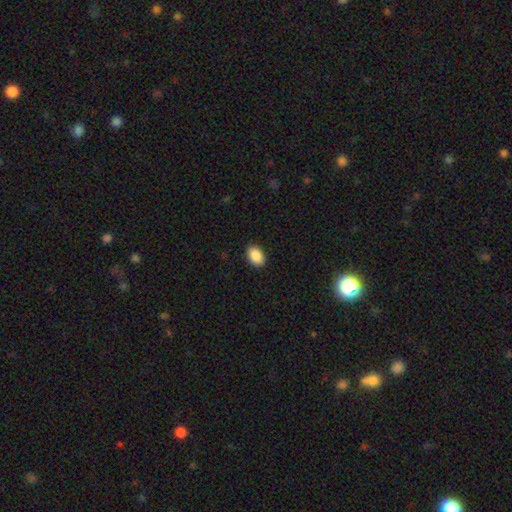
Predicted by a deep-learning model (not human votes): smooth_or_featured: smooth (p=0.90) [alt: star or artifact p=0.07]
how_rounded: in between (p=0.84) [alt: round p=0.15]
merging: none (p=0.90) [alt: minor disturbance p=0.07]